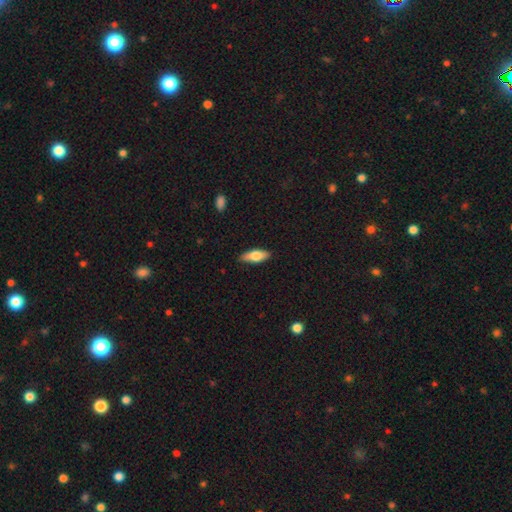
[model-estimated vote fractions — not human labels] This is likely a smooth galaxy (69%). How rounded: likely in between (69%). Merging: clearly none (87%).